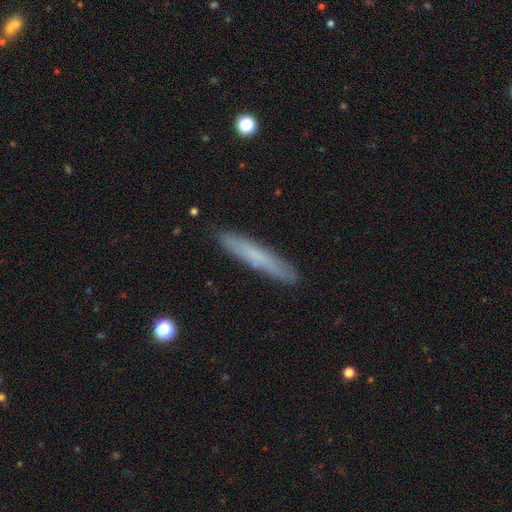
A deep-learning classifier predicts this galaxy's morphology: type=smooth (67%); roundness=cigar-shaped (94%); merging=none (89%).